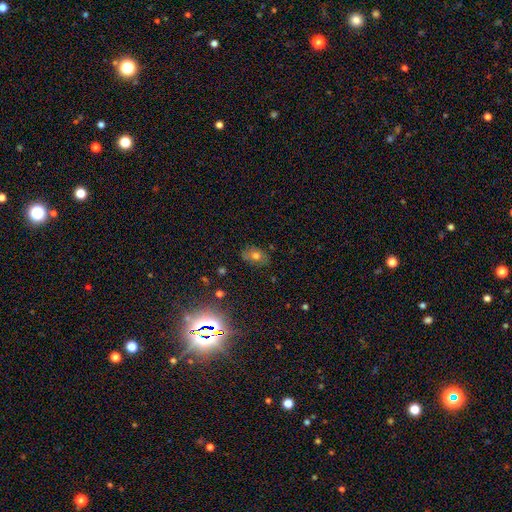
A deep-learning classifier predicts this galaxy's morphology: The model was most divided on "smooth or featured": smooth: 65%, featured or disk: 17%, star or artifact: 17%. More confident: how rounded — in between (76%); merging — none (73%).